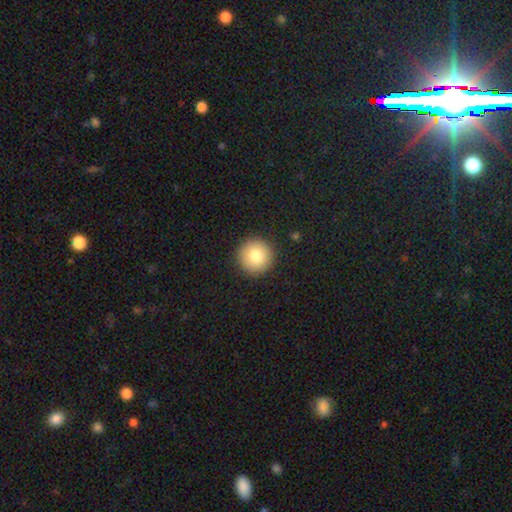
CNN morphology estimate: smooth-or-featured: smooth: 80% | featured or disk: 11% | star or artifact: 9%
  how-rounded: round: 96% | in between: 3% | cigar-shaped: 1%
  merging: none: 92% | minor disturbance: 5% | major disturbance: 2% | merger: 1%